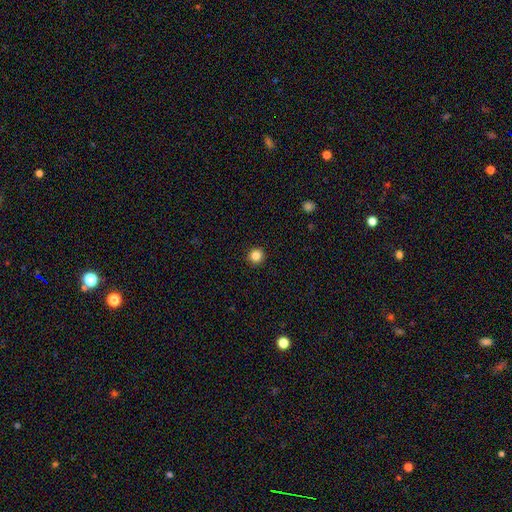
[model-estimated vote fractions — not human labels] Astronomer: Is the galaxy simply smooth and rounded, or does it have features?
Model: smooth — 85%.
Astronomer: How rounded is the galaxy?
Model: round — 94%.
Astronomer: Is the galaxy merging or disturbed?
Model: none — 93%.